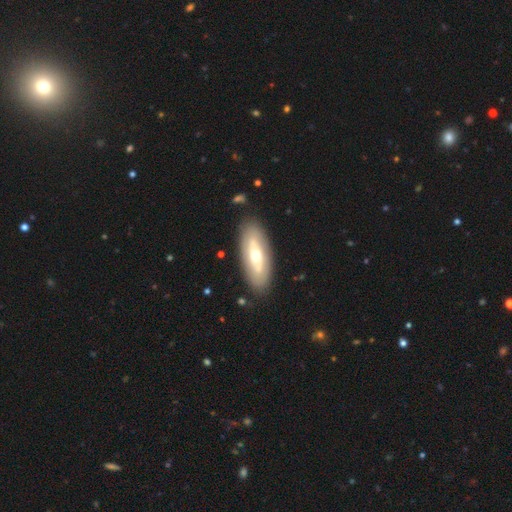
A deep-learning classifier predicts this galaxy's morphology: Q: Smooth or featured?
A: featured or disk (56%); runner-up: smooth (39%)
Q: Edge-on disk?
A: no (79%); runner-up: yes (21%)
Q: Merging?
A: none (86%); runner-up: minor disturbance (10%)